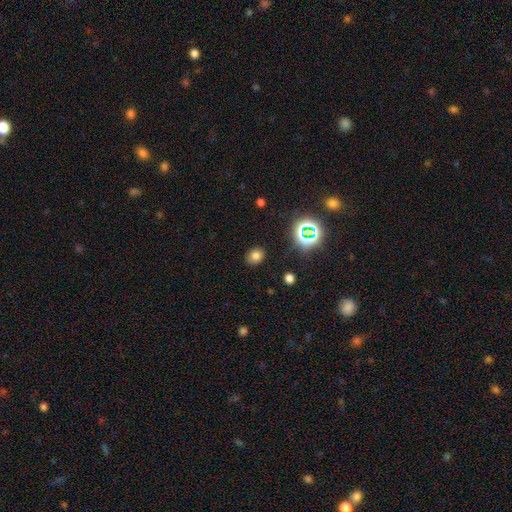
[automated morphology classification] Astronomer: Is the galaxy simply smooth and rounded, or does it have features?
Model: smooth — 74%.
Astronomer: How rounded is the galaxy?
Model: in between — 52% (runner-up: round, 47%).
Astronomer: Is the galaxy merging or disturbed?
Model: none — 86%.